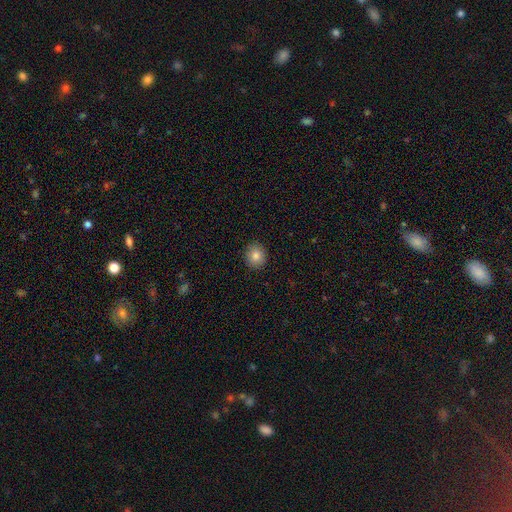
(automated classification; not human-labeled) Smooth or featured? smooth (83%)
How rounded? round (83%)
Merging? none (91%)